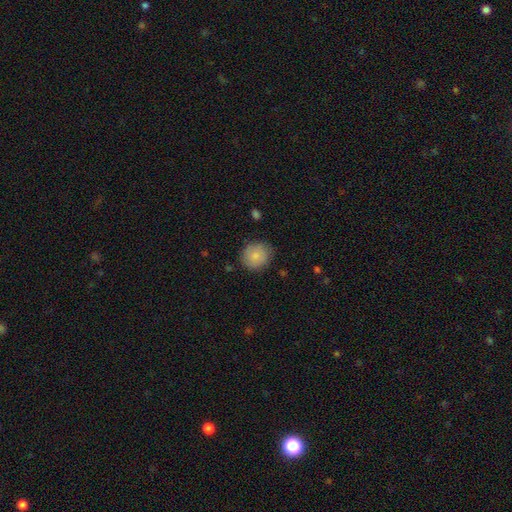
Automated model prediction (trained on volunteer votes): Overall: smooth (81%). How rounded: round (87%). Merging: none (81%).